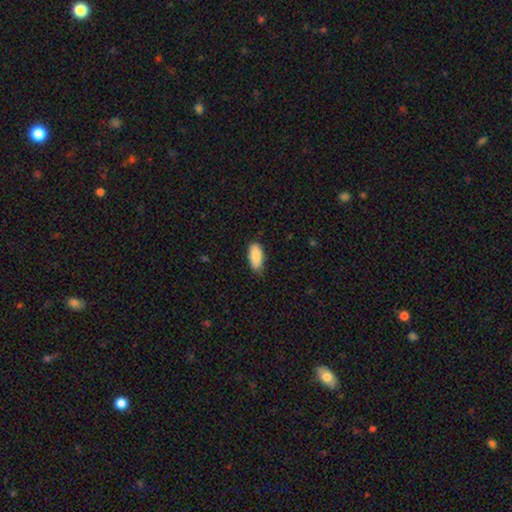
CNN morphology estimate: The model was most divided on "merging": none: 77%, minor disturbance: 20%, major disturbance: 3%, merger: 1%. More confident: how rounded — in between (89%); smooth or featured — smooth (88%).